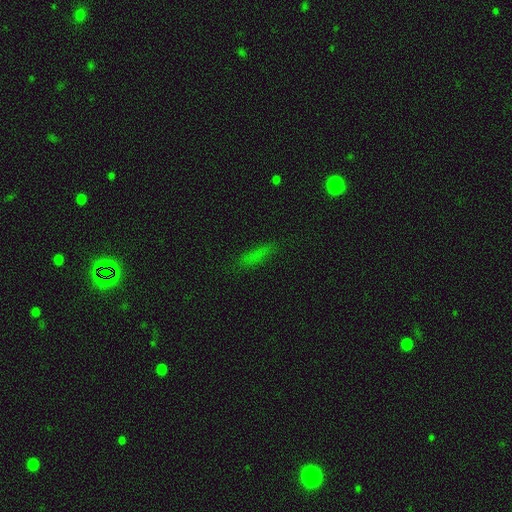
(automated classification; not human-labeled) This appears to be a smooth galaxy with no disk features (63%) that is cigar-shaped (68%). Merging: none (80%).